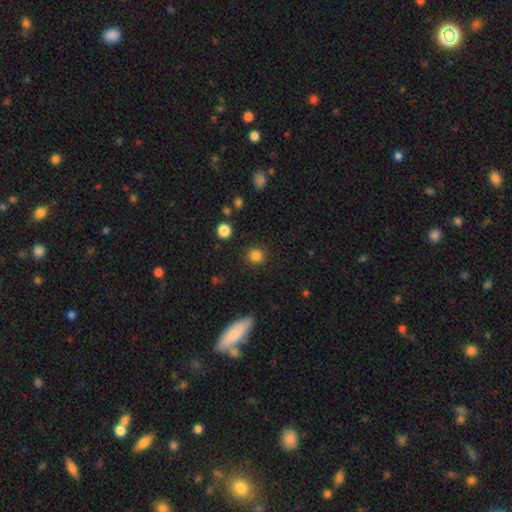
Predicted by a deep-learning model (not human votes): This is clearly a smooth galaxy (83%). How rounded: clearly round (91%). Merging: clearly none (88%).